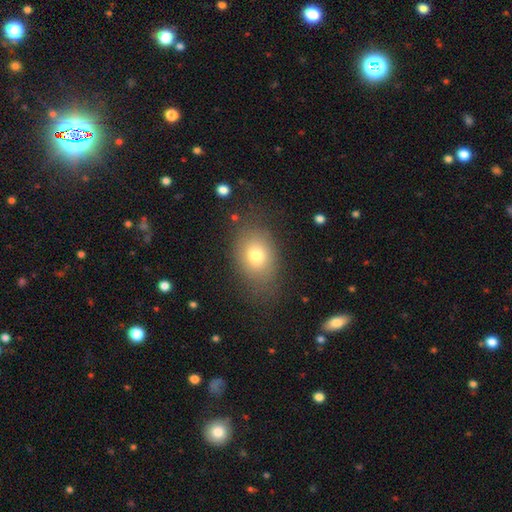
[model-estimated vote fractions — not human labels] Smooth or featured? Predicted: smooth (p=0.73). How rounded? Predicted: in between (p=0.70). Merging? Predicted: none (p=0.74).